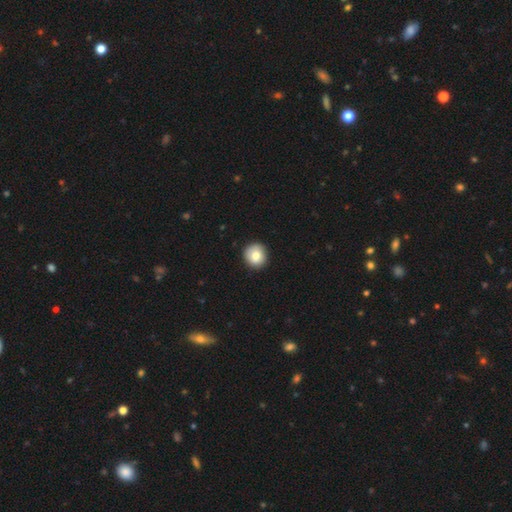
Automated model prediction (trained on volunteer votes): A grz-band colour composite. It shows a smooth galaxy with no disk features (81%) that is round (92%). Merging: none (90%).